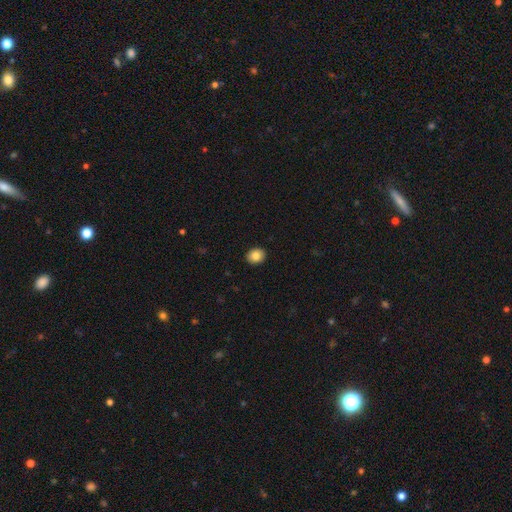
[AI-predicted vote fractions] Smooth or featured: smooth — 85% (star or artifact — 9%)
How rounded: round — 60% (in between — 39%)
Merging: none — 92% (minor disturbance — 6%)